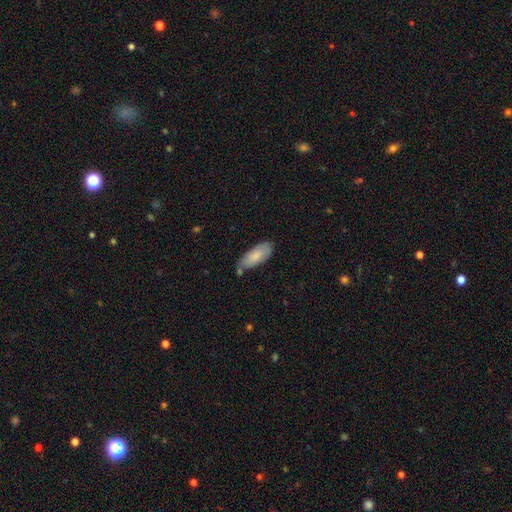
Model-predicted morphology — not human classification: Smooth or featured? Predicted: smooth (p=0.79). How rounded? Predicted: in between (p=0.80). Merging? Predicted: none (p=0.64).